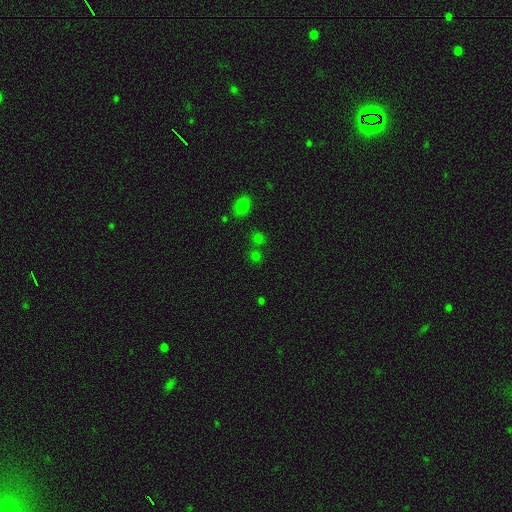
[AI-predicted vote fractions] Morphology: type=smooth (61%); roundness=round (80%); merging=none (67%).